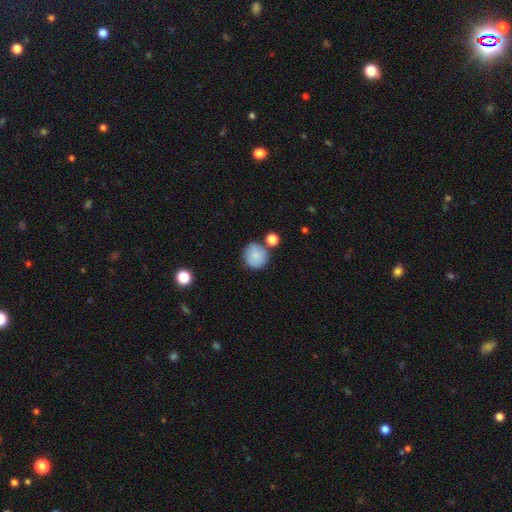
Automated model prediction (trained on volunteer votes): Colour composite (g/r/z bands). It shows a smooth galaxy with no disk features (86%) that is round (91%). Merging: none (70%).